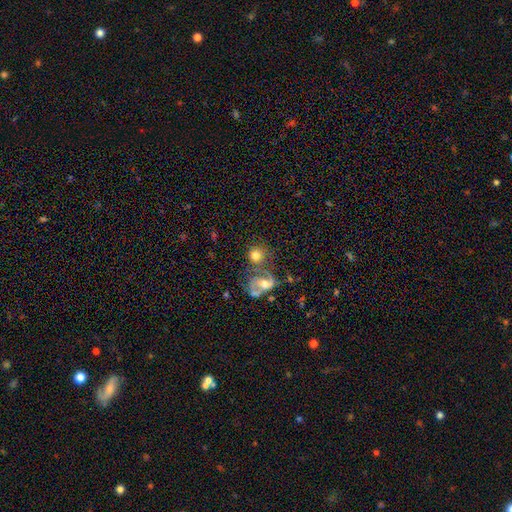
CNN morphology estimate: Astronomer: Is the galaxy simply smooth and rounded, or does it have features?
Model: smooth — 69%.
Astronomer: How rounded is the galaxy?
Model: round — 83%.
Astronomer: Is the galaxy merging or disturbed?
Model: none — 46% (runner-up: merger, 34%).